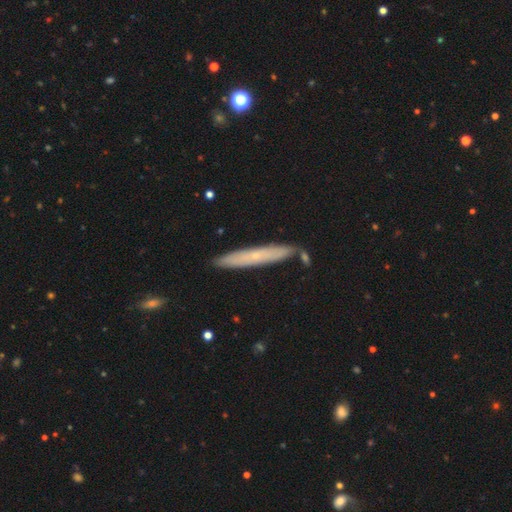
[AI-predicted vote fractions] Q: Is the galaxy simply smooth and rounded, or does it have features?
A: smooth — 48%.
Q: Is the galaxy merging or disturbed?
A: none — 83%.